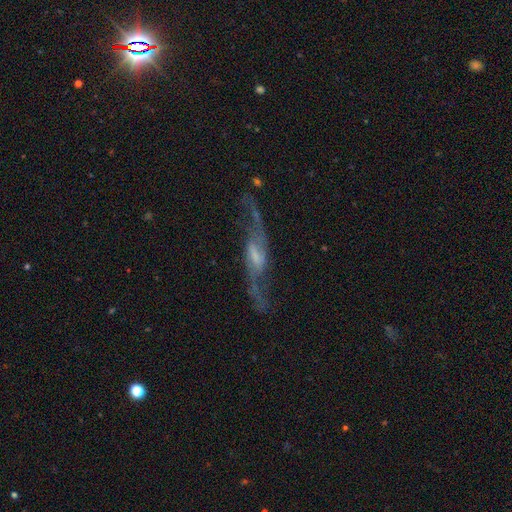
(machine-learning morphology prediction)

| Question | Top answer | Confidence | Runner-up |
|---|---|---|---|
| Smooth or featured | featured or disk | 85% | smooth (9%) |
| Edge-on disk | no | 84% | yes (16%) |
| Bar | weak | 47% | strong (34%) |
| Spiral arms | yes | 93% | no (7%) |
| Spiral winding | loose | 83% | medium (14%) |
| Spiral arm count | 2 | 92% | can't tell (3%) |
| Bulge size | small | 35% | none (29%) |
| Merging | none | 62% | major disturbance (19%) |